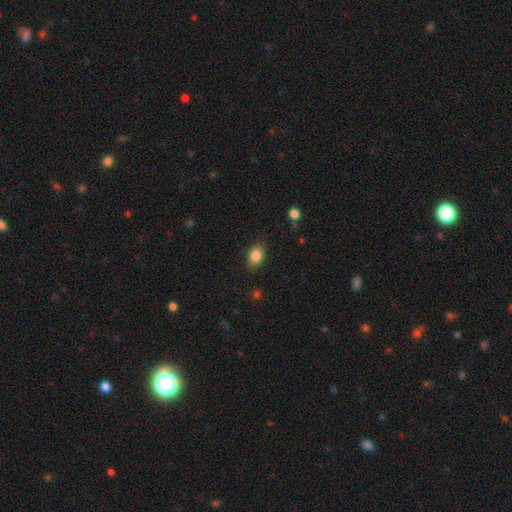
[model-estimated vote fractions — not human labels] Smooth or featured? Predicted: smooth (p=0.86). How rounded? Predicted: in between (p=0.81). Merging? Predicted: none (p=0.85).